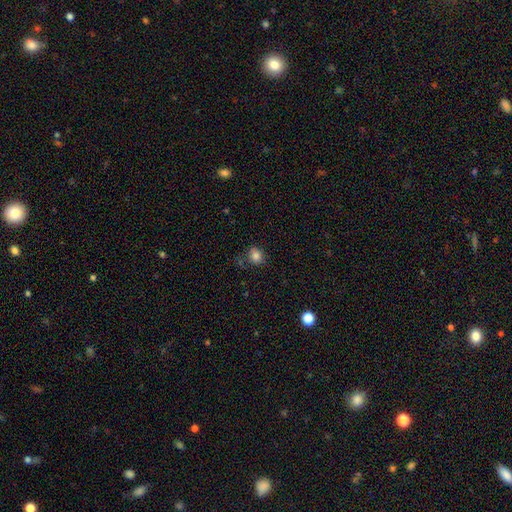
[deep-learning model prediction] Smooth or featured: smooth — 83% (star or artifact — 12%)
How rounded: round — 68% (in between — 31%)
Merging: none — 75% (minor disturbance — 16%)